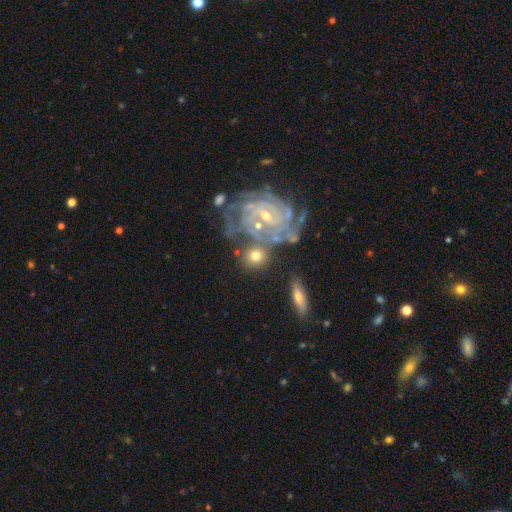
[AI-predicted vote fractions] Q: Smooth or featured?
A: featured or disk (49%); runner-up: smooth (43%)
Q: Merging?
A: none (54%); runner-up: merger (23%)